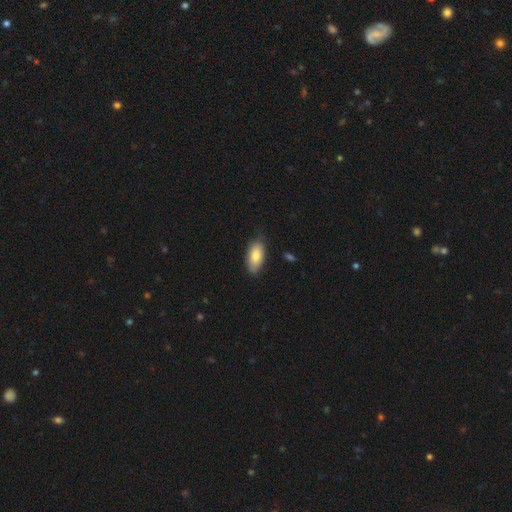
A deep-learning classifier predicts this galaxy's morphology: Q: Smooth or featured?
A: smooth (82%); runner-up: featured or disk (12%)
Q: How rounded?
A: in between (90%); runner-up: cigar-shaped (8%)
Q: Merging?
A: none (74%); runner-up: minor disturbance (21%)